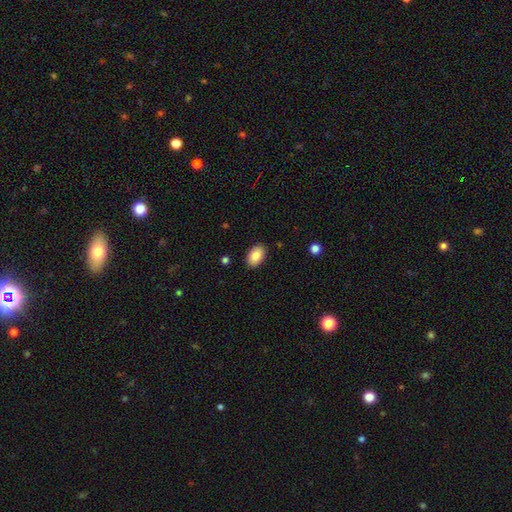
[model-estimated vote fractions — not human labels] smooth-or-featured: smooth: 87% | star or artifact: 7% | featured or disk: 6%
  how-rounded: in between: 91% | round: 8% | cigar-shaped: 1%
  merging: none: 88% | minor disturbance: 9% | major disturbance: 2% | merger: 1%